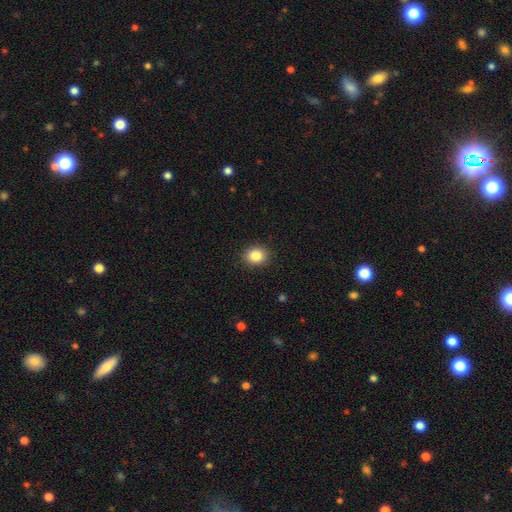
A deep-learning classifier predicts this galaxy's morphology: Q: Smooth or featured?
A: smooth (86%); runner-up: star or artifact (9%)
Q: How rounded?
A: round (61%); runner-up: in between (39%)
Q: Merging?
A: none (89%); runner-up: minor disturbance (8%)